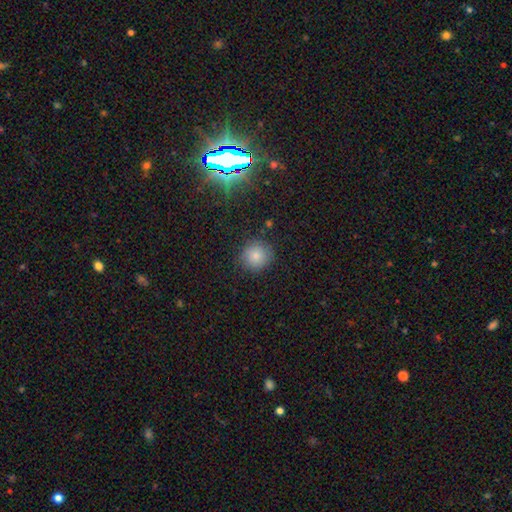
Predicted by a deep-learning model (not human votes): Smooth or featured?
  - smooth: 82% *
  - star or artifact: 11%
  - featured or disk: 7%
How rounded?
  - round: 90% *
  - in between: 9%
  - cigar-shaped: 1%
Merging?
  - none: 84% *
  - minor disturbance: 11%
  - major disturbance: 3%
  - merger: 2%